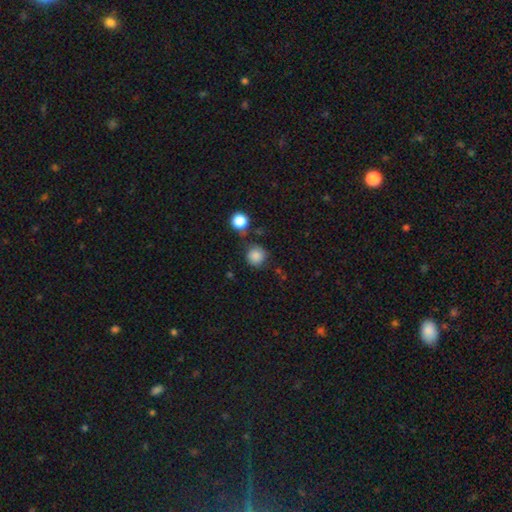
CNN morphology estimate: Smooth or featured? Predicted: smooth (p=0.85). How rounded? Predicted: round (p=0.93). Merging? Predicted: none (p=0.77).